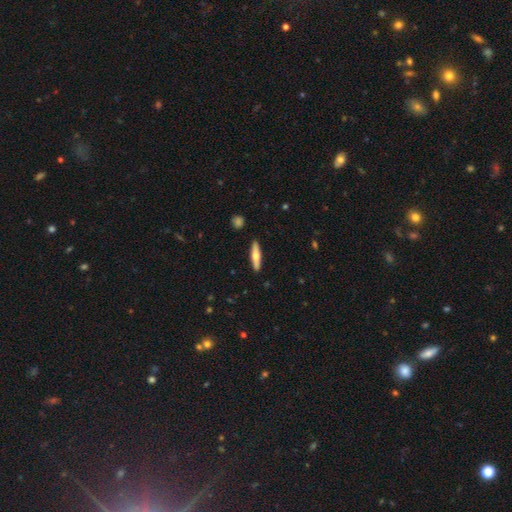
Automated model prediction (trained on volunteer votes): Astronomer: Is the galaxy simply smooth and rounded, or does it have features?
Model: smooth — 51% (runner-up: featured or disk, 44%).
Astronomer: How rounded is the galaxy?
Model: cigar-shaped — 78%.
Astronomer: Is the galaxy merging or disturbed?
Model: none — 90%.